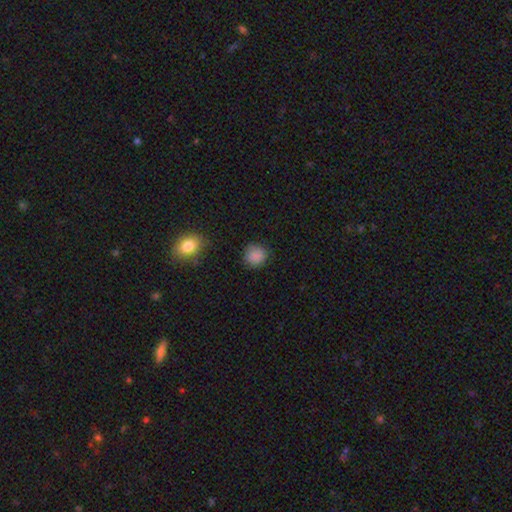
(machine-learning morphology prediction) Smooth or featured? smooth (85%)
How rounded? round (89%)
Merging? none (85%)